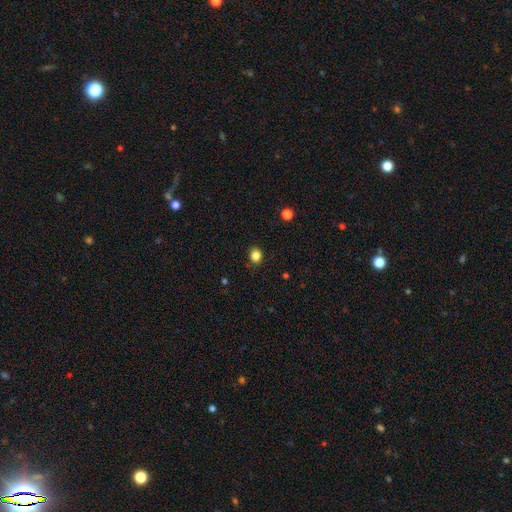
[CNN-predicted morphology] type=smooth (85%); roundness=round (74%); merging=none (88%).